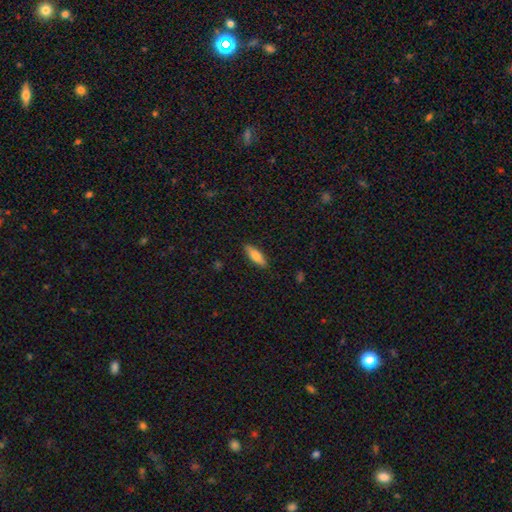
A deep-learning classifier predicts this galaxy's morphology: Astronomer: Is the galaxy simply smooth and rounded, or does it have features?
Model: smooth — 78%.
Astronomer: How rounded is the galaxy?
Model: in between — 53% (runner-up: cigar-shaped, 45%).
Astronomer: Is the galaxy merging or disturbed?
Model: none — 89%.